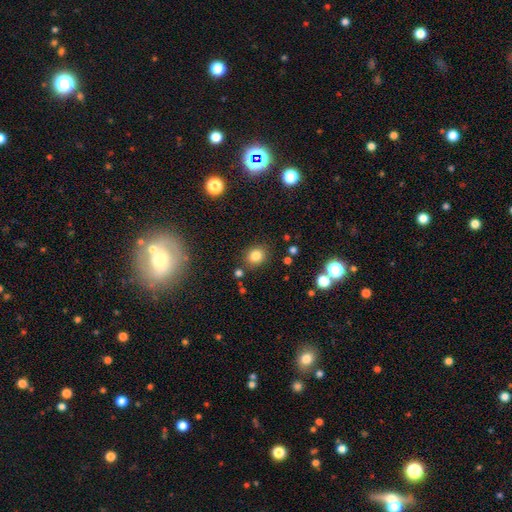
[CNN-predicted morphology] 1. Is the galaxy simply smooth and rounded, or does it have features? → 80% smooth, 13% star or artifact, 7% featured or disk.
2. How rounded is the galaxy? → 68% round, 31% in between, 1% cigar-shaped.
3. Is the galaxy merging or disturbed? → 81% none, 11% minor disturbance, 5% merger, 3% major disturbance.